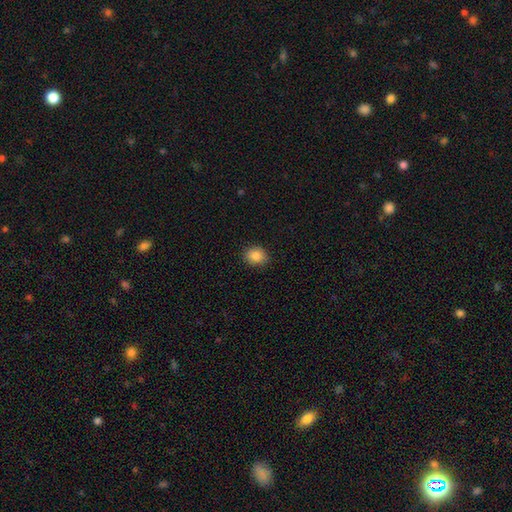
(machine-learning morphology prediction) A smooth galaxy with no disk features (85%) that is round (60%).

Vote fractions:
- Smooth or featured? smooth: 85% / star or artifact: 9% / featured or disk: 6%
- How rounded? round: 60% / in between: 39% / cigar-shaped: 1%
- Merging? none: 89% / minor disturbance: 8% / major disturbance: 2% / merger: 1%